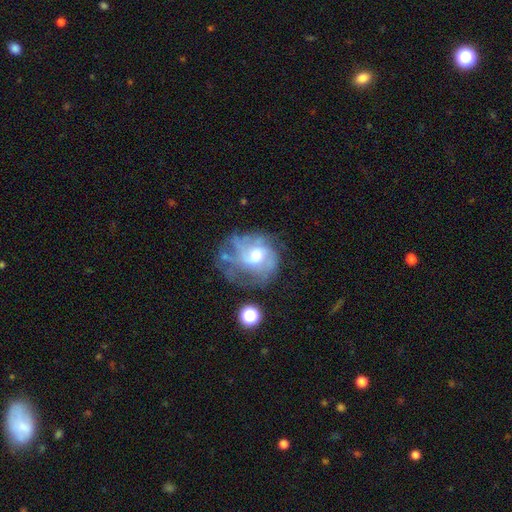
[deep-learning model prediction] This appears to be a featured or disk galaxy (74%) with no bar (56%), medium (43%) spiral arms (80%) and a moderate central bulge (67%). Merging: none (42%).